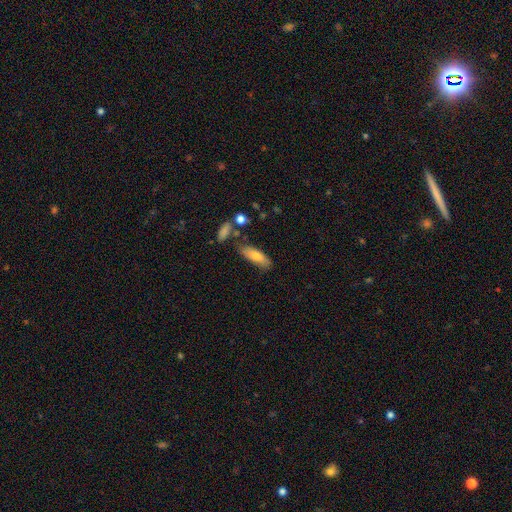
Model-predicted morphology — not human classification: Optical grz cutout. It shows a smooth galaxy with no disk features (76%) that is in between round and cigar-shaped (57%). Merging: none (70%).